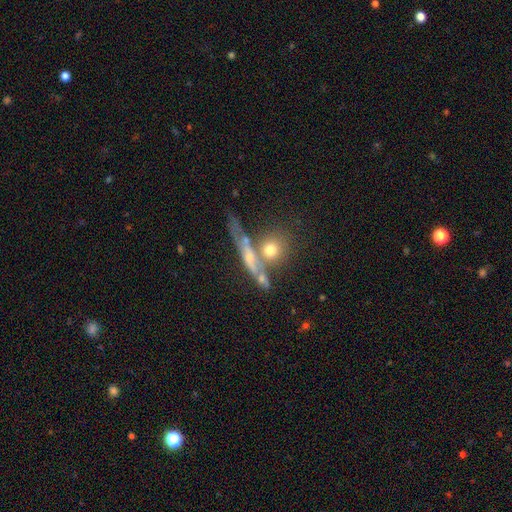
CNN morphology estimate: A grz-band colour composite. It shows a featured or disk galaxy (49%). Merging: none (46%).